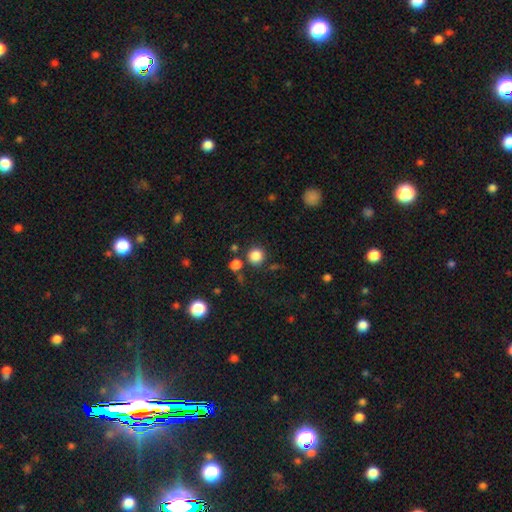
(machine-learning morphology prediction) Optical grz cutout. It shows a smooth galaxy with no disk features (84%) that is round (94%). Merging: none (83%).